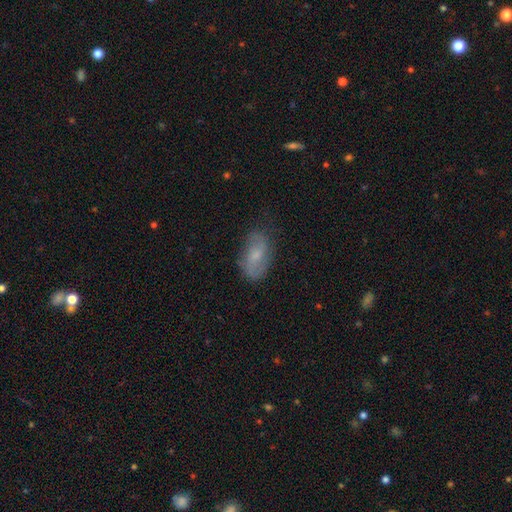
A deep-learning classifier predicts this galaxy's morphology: Smooth or featured? Predicted: featured or disk (p=0.49). Merging? Predicted: none (p=0.70).